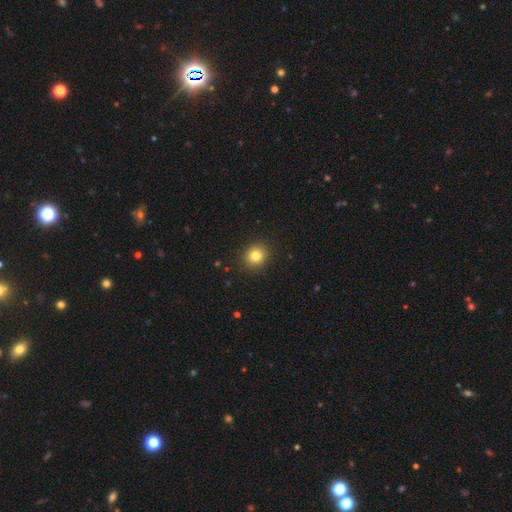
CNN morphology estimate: Overall: smooth (81%). How rounded: round (81%). Merging: none (91%).